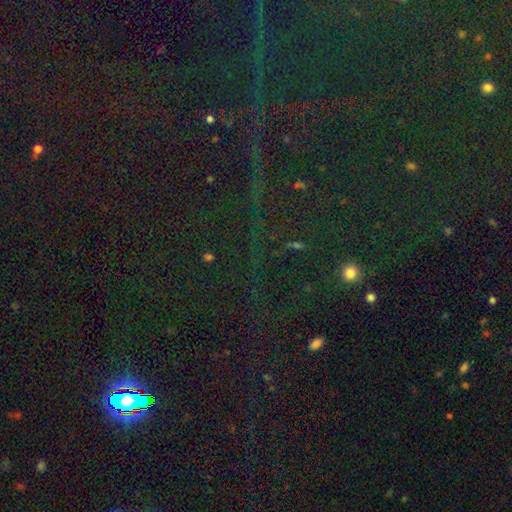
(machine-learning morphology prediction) Smooth or featured? Predicted: star or artifact (p=0.83).